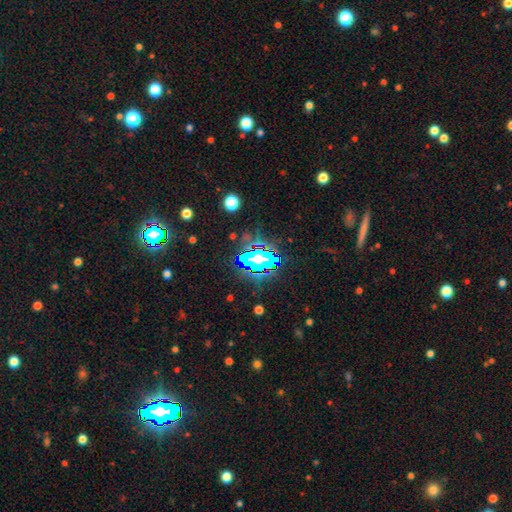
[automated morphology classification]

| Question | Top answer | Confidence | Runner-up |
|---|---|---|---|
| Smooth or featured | star or artifact | 81% | smooth (11%) |